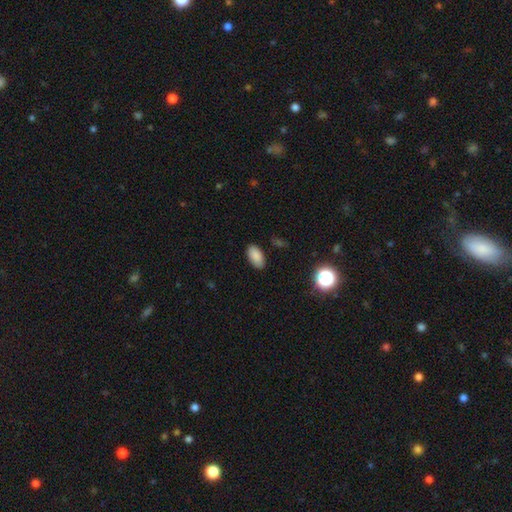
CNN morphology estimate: This is clearly a smooth galaxy (86%). How rounded: clearly in between (94%). Merging: clearly none (87%).